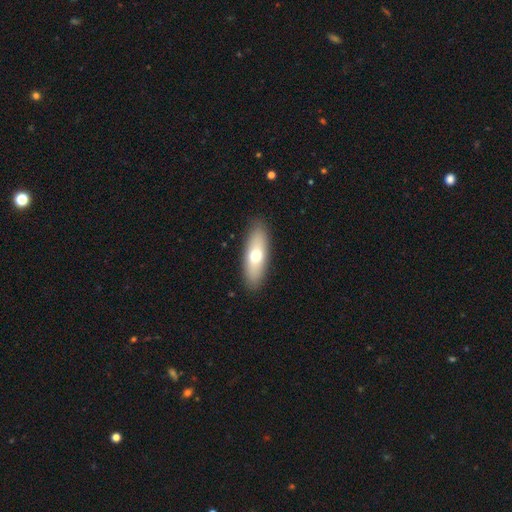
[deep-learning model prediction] Morphology: type=smooth (66%); roundness=in between (55%); merging=none (89%).